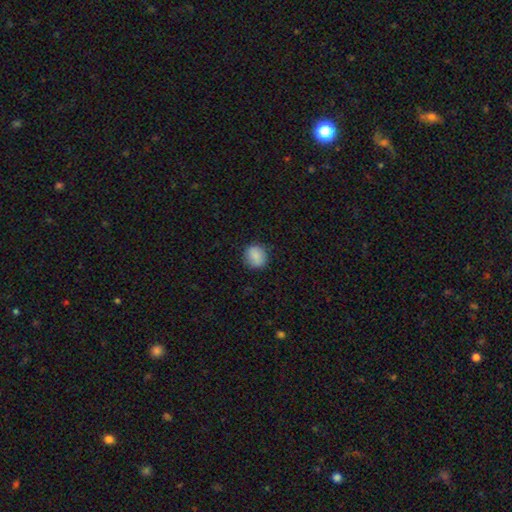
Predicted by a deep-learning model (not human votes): Smooth or featured: smooth — 86% (star or artifact — 8%)
How rounded: round — 74% (in between — 24%)
Merging: none — 85% (minor disturbance — 11%)